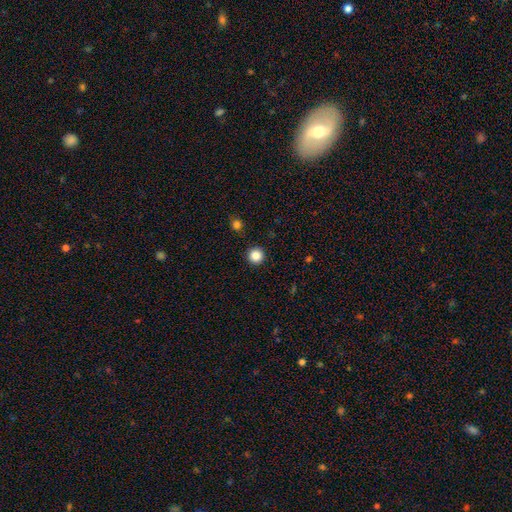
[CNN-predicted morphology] Smooth or featured? Predicted: smooth (p=0.86). How rounded? Predicted: round (p=0.96). Merging? Predicted: none (p=0.93).